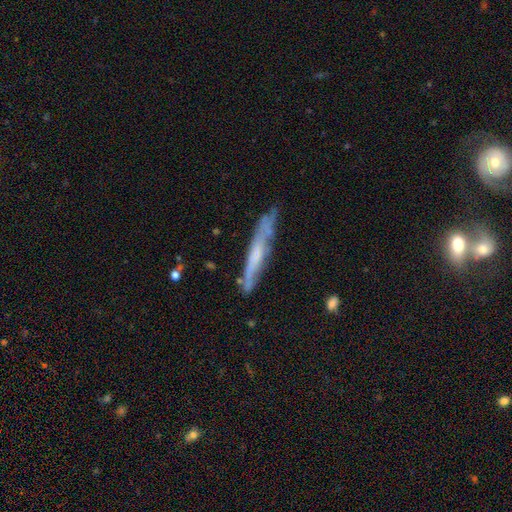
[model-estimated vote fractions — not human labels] Overall: featured or disk (57%; smooth 36%). Edge-on disk: yes (79%). Merging: none (70%).